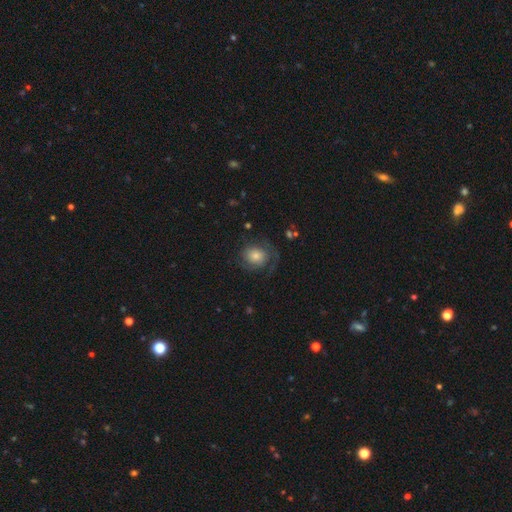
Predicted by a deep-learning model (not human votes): Smooth or featured?
  - featured or disk: 53% *
  - smooth: 37%
  - star or artifact: 10%
Edge-on disk?
  - no: 97% *
  - yes: 3%
Bar?
  - no: 78% *
  - weak: 18%
  - strong: 3%
Spiral arms?
  - yes: 86% *
  - no: 14%
Bulge size?
  - moderate: 43% *
  - small: 30%
  - large: 18%
  - dominant: 4%
  - none: 4%
Merging?
  - none: 63% *
  - major disturbance: 18%
  - minor disturbance: 17%
  - merger: 2%